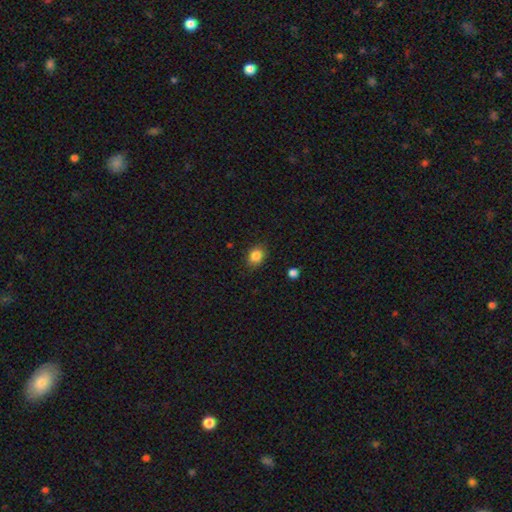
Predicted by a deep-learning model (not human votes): smooth 85%, star or artifact 10%, featured or disk 5%. Down the decision tree: how rounded — in between (57%); merging — none (83%).